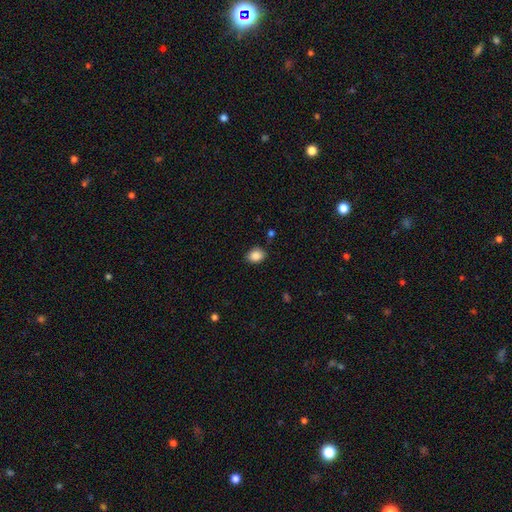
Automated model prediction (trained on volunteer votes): Morphology: type=smooth (87%); roundness=in between (60%); merging=none (83%).